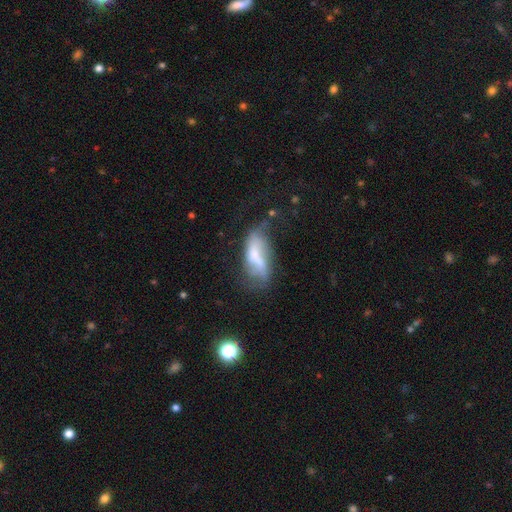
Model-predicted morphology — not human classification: A smooth galaxy with no disk features (46%). Merging: major disturbance (33%).